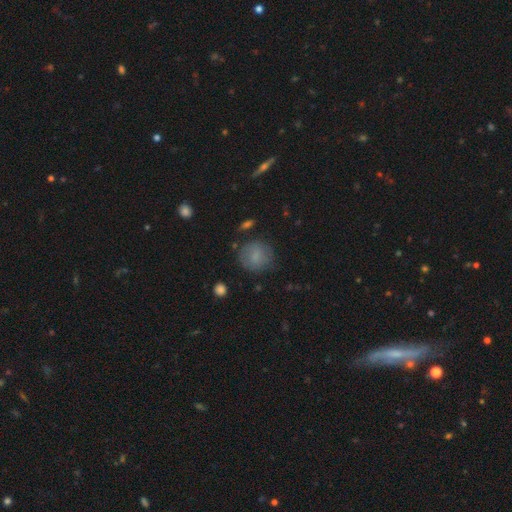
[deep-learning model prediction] A smooth galaxy with no disk features (77%) that is round (85%).

Vote fractions:
- Smooth or featured? smooth: 77% / featured or disk: 13% / star or artifact: 9%
- How rounded? round: 85% / in between: 14% / cigar-shaped: 1%
- Merging? none: 75% / minor disturbance: 17% / major disturbance: 6% / merger: 2%